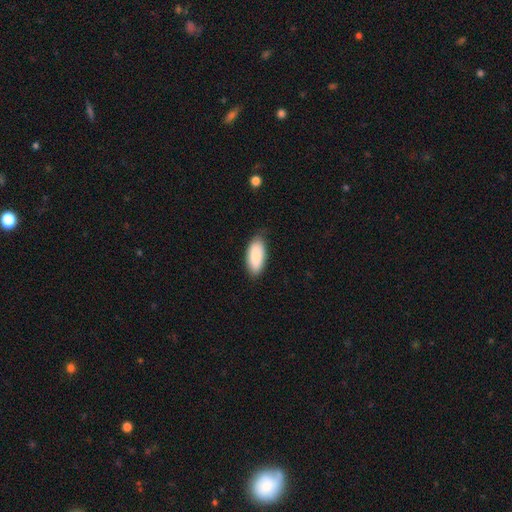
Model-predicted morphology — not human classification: Q: Smooth or featured?
A: smooth (87%); runner-up: featured or disk (7%)
Q: How rounded?
A: in between (88%); runner-up: cigar-shaped (11%)
Q: Merging?
A: none (76%); runner-up: minor disturbance (20%)